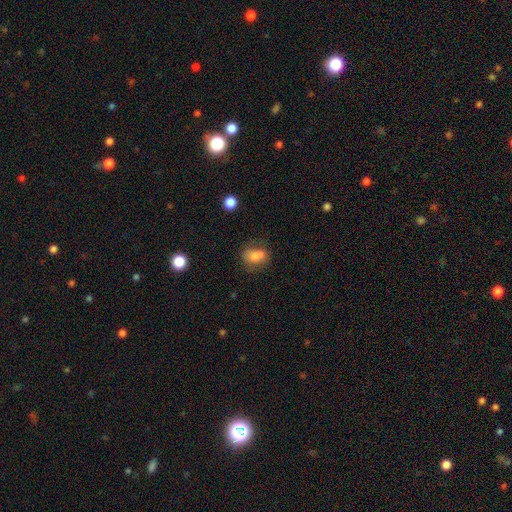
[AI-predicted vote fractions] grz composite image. It shows a smooth galaxy with no disk features (75%) that is in between round and cigar-shaped (71%). Merging: none (51%).